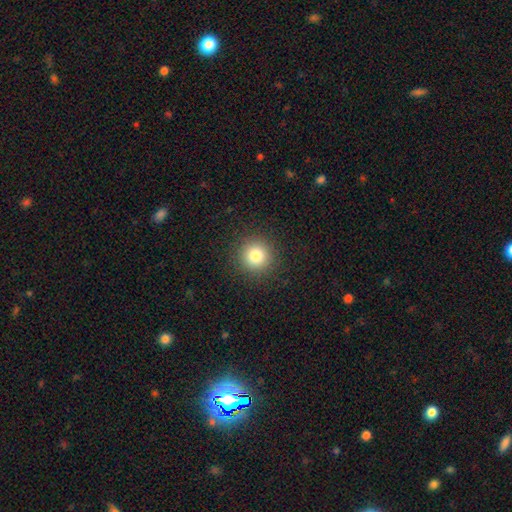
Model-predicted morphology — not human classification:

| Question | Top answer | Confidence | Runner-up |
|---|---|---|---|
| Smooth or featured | smooth | 81% | star or artifact (12%) |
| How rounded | round | 94% | in between (5%) |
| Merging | none | 91% | minor disturbance (6%) |